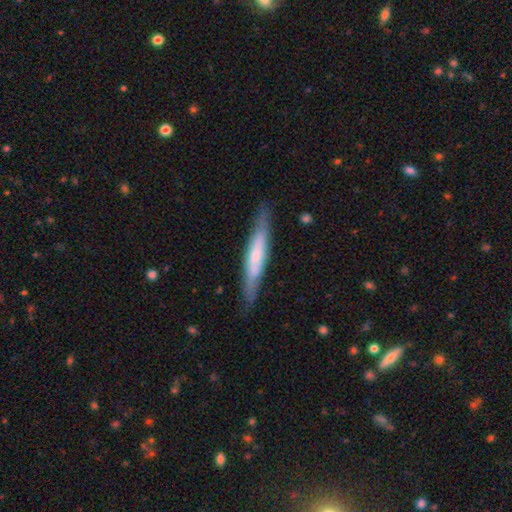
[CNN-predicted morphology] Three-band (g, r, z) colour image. It shows a smooth galaxy with no disk features (50%) that is cigar-shaped (92%). Merging: none (85%).